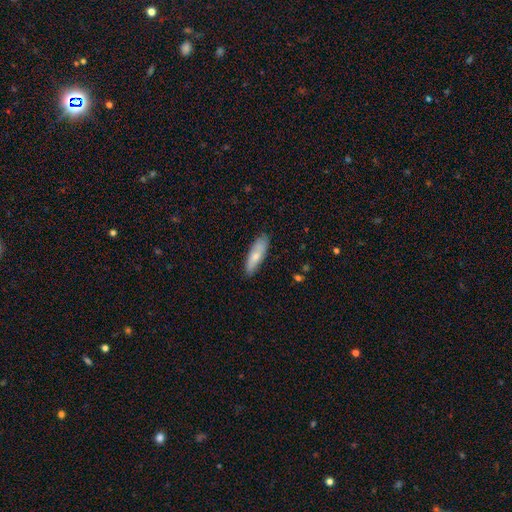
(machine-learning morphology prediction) type=smooth (72%); roundness=cigar-shaped (56%); merging=none (82%).